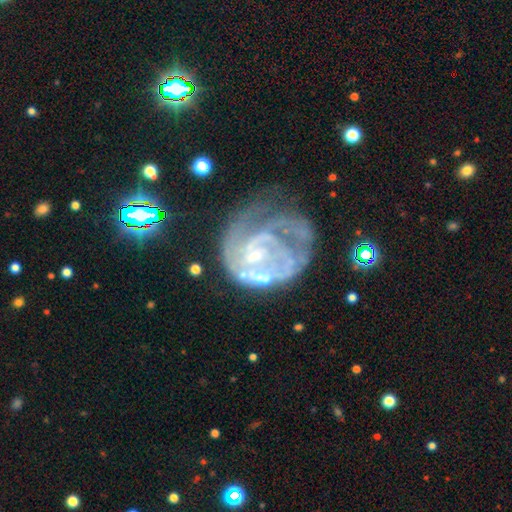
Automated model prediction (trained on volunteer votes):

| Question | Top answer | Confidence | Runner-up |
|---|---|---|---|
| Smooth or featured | featured or disk | 80% | smooth (12%) |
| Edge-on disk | no | 98% | yes (2%) |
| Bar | no | 59% | weak (33%) |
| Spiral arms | yes | 73% | no (27%) |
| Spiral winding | tight | 49% | medium (33%) |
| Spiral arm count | can't tell | 35% | 1 (26%) |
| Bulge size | small | 47% | none (30%) |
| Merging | major disturbance | 41% | none (29%) |